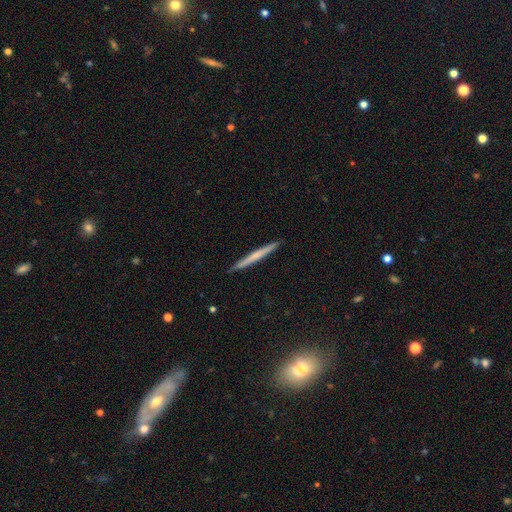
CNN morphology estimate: Q: Smooth or featured?
A: featured or disk (48%); runner-up: smooth (46%)
Q: Merging?
A: none (92%); runner-up: minor disturbance (6%)